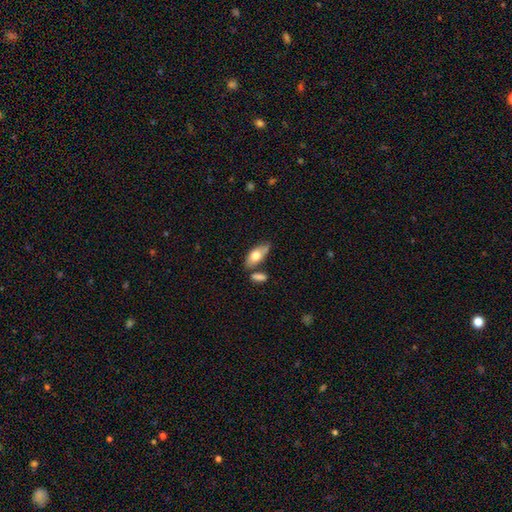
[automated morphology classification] type=smooth (68%); roundness=in between (85%); merging=none (63%).